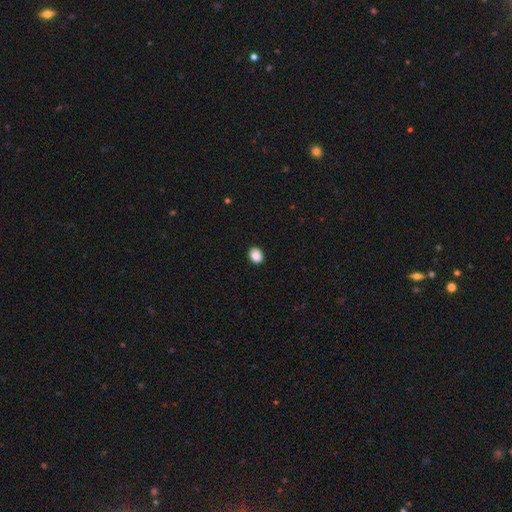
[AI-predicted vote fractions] This is clearly a smooth galaxy (89%). How rounded: likely in between (60%). Merging: clearly none (90%).